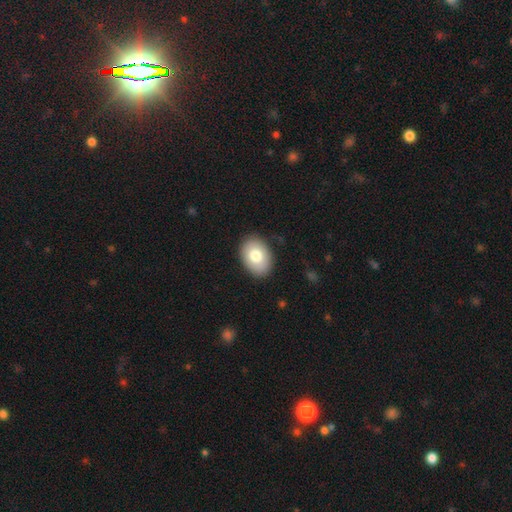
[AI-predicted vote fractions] A smooth galaxy with no disk features (77%) that is in between round and cigar-shaped (81%).

Vote fractions:
- Smooth or featured? smooth: 77% / featured or disk: 16% / star or artifact: 7%
- How rounded? in between: 81% / round: 18% / cigar-shaped: 1%
- Merging? none: 87% / minor disturbance: 9% / major disturbance: 2% / merger: 1%